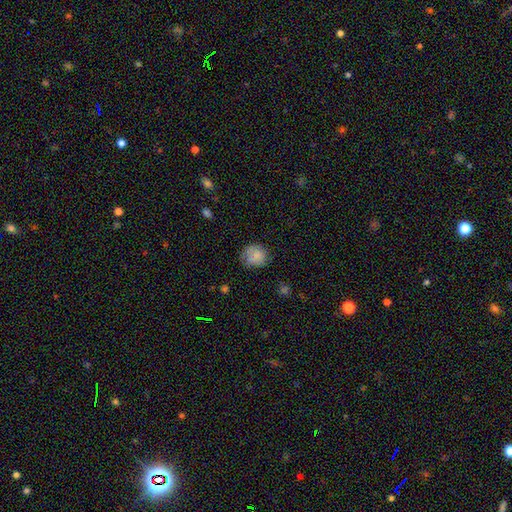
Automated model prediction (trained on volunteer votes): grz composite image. It shows a smooth galaxy with no disk features (77%) that is round (74%). Merging: none (60%).